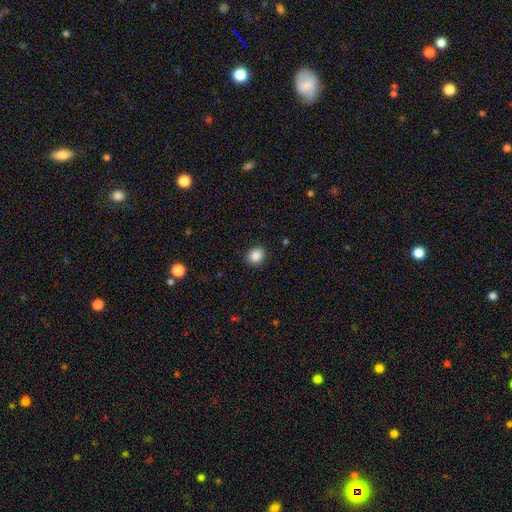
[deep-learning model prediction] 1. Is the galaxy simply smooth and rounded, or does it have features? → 87% smooth, 9% star or artifact, 3% featured or disk.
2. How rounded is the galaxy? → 73% round, 26% in between, 1% cigar-shaped.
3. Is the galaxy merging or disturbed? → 90% none, 7% minor disturbance, 2% major disturbance, 1% merger.